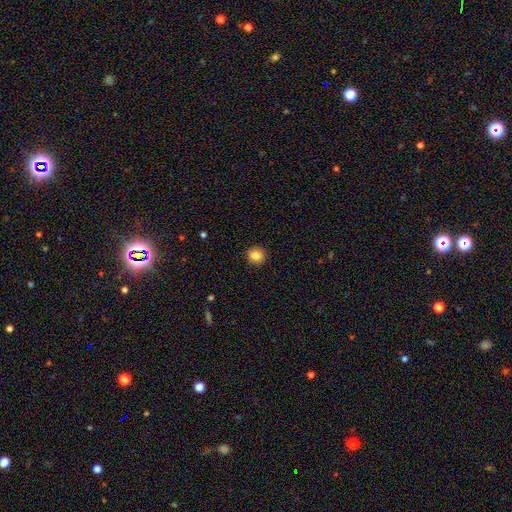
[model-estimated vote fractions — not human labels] This appears to be a smooth galaxy with no disk features (84%) that is round (88%). Merging: none (92%).